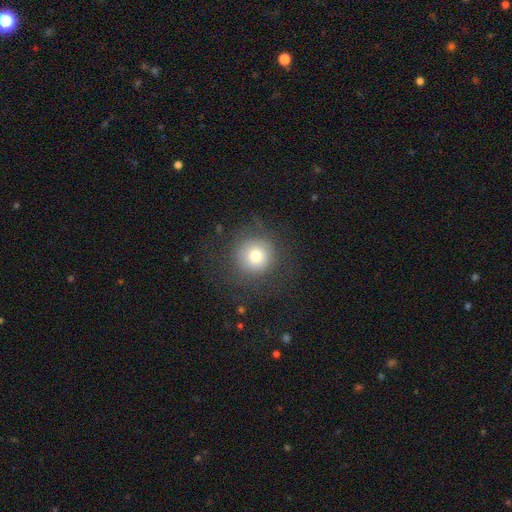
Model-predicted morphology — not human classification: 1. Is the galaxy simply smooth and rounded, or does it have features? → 74% smooth, 13% featured or disk, 13% star or artifact.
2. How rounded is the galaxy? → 94% round, 5% in between, 1% cigar-shaped.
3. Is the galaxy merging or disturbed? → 79% none, 11% minor disturbance, 9% major disturbance, 1% merger.